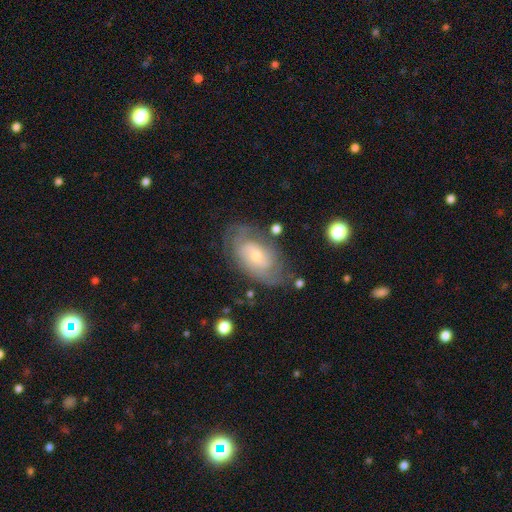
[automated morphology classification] Smooth or featured?
  - featured or disk: 69% *
  - smooth: 23%
  - star or artifact: 7%
Edge-on disk?
  - no: 94% *
  - yes: 6%
Bar?
  - no: 72% *
  - weak: 24%
  - strong: 5%
Spiral arms?
  - yes: 81% *
  - no: 19%
Spiral winding?
  - tight: 60% *
  - medium: 29%
  - loose: 11%
Spiral arm count?
  - can't tell: 51% *
  - 2: 30%
  - 3: 8%
  - 1: 4%
  - 4: 4%
  - more than 4: 3%
Bulge size?
  - small: 66% *
  - moderate: 29%
  - large: 2%
  - none: 1%
  - dominant: 1%
Merging?
  - none: 67% *
  - minor disturbance: 21%
  - major disturbance: 9%
  - merger: 3%